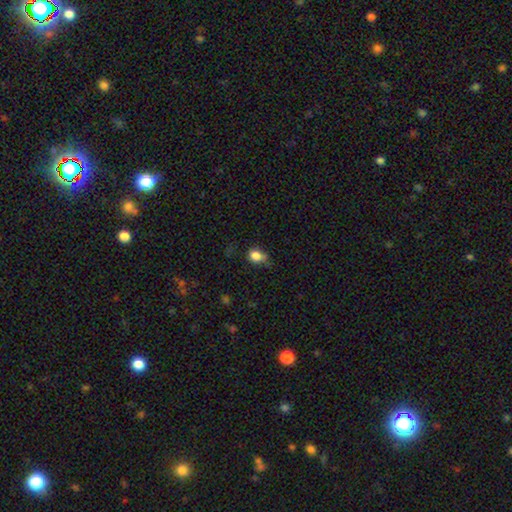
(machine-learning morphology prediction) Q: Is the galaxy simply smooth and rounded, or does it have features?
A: smooth — 82%.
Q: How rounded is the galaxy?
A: round — 56%.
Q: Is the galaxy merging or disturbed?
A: none — 54%.